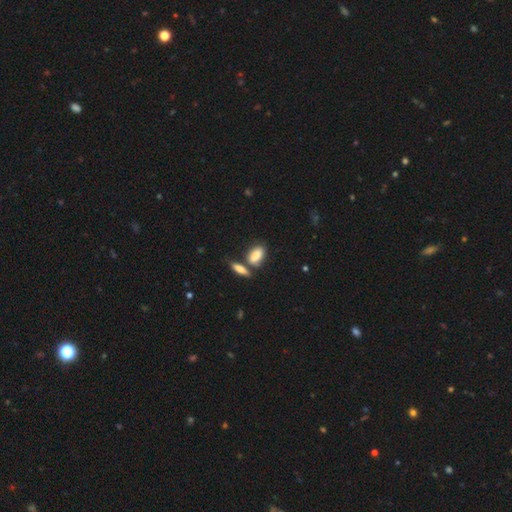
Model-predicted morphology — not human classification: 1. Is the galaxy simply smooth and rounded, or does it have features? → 82% smooth, 12% featured or disk, 7% star or artifact.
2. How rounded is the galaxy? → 86% in between, 8% cigar-shaped, 6% round.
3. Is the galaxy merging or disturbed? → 58% none, 24% merger, 14% minor disturbance, 4% major disturbance.